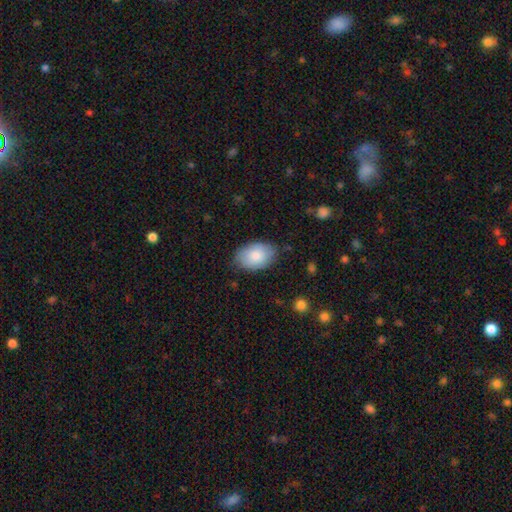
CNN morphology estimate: type=smooth (82%); roundness=in between (89%); merging=none (79%).